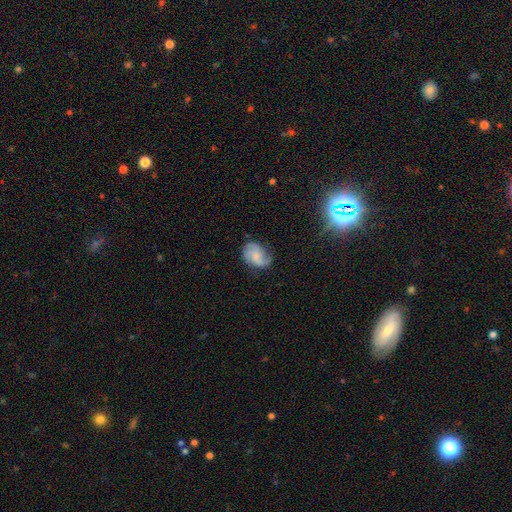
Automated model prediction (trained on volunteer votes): Overall: featured or disk (61%; smooth 32%). Edge-on disk: no (97%). Bar: no (66%; weak 29%). Spiral arms: yes (92%). Spiral arm count: 2 (45%; 3 25%). Spiral winding: medium (44%; loose 28%). Bulge size: small (44%; none 28%). Merging: none (63%; minor disturbance 25%).